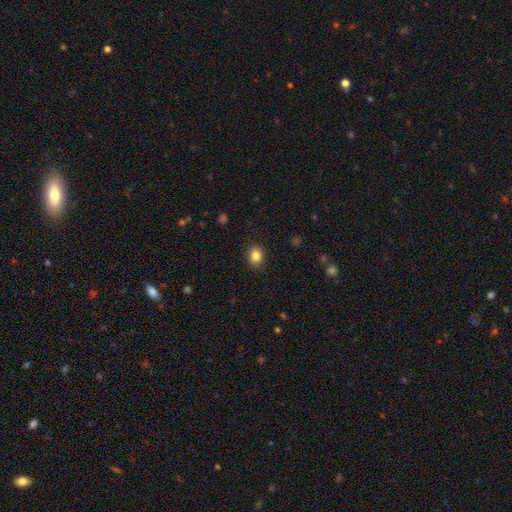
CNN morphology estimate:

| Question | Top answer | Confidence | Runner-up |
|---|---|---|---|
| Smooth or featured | smooth | 84% | star or artifact (10%) |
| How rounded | in between | 52% | round (47%) |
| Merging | none | 89% | minor disturbance (8%) |